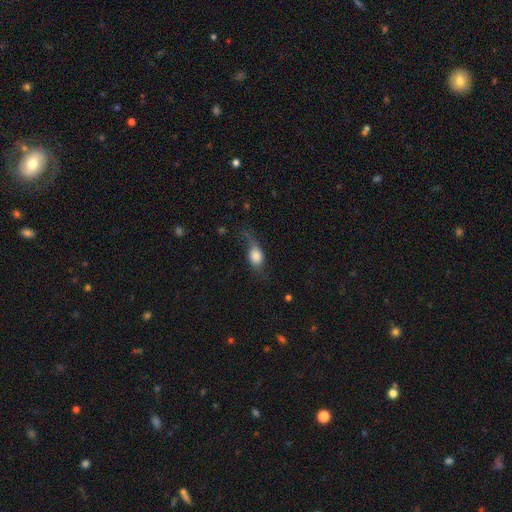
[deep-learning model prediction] A smooth galaxy with no disk features (69%) that is in between round and cigar-shaped (66%). Merging: major disturbance (35%).